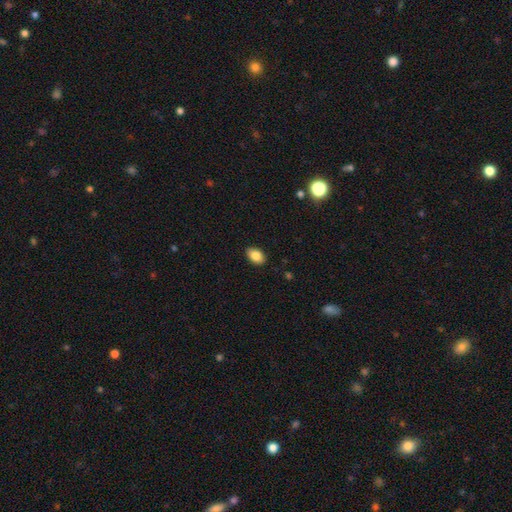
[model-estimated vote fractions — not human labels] A smooth galaxy with no disk features (85%) that is in between round and cigar-shaped (88%). Merging: none (89%).